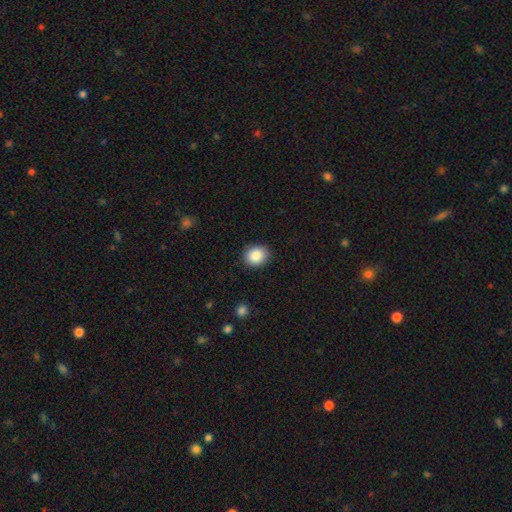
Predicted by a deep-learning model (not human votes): Smooth or featured? Predicted: smooth (p=0.88). How rounded? Predicted: round (p=0.71). Merging? Predicted: none (p=0.88).